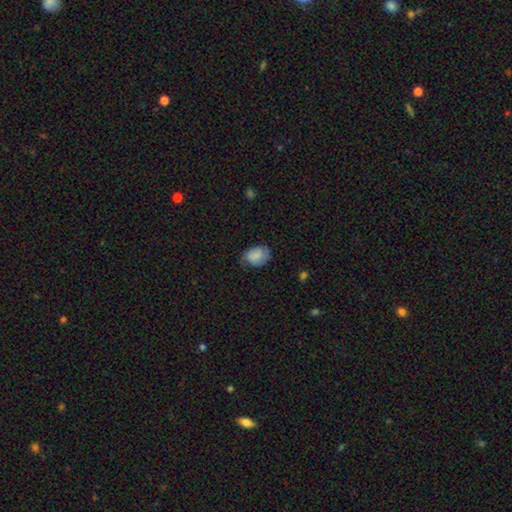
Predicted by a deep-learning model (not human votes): smooth-or-featured: smooth: 73% | featured or disk: 19% | star or artifact: 8%
  how-rounded: in between: 73% | round: 26% | cigar-shaped: 1%
  merging: none: 57% | minor disturbance: 33% | major disturbance: 9% | merger: 1%